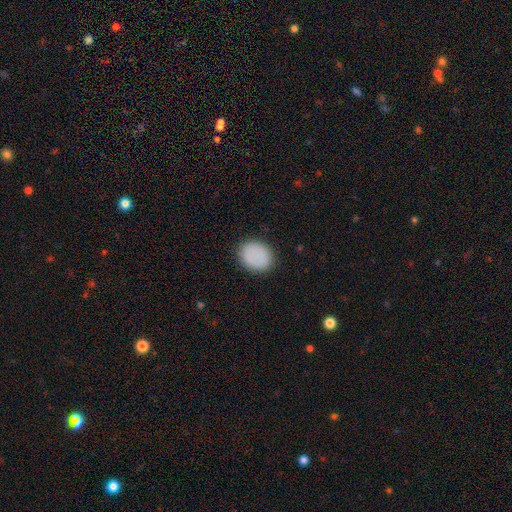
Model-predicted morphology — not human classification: This appears to be a smooth galaxy with no disk features (84%) that is round (50%). Merging: none (85%).